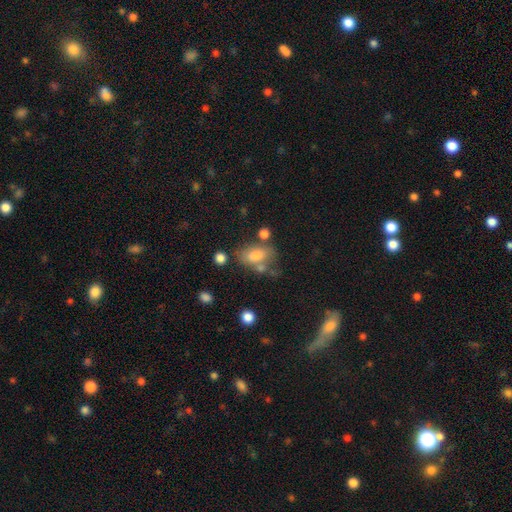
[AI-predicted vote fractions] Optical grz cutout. It shows a smooth galaxy with no disk features (73%) that is in between round and cigar-shaped (86%). Merging: none (47%).